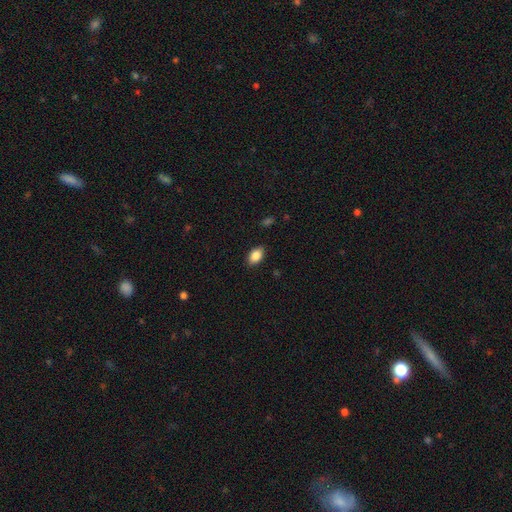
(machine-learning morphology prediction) Smooth or featured? smooth (86%)
How rounded? in between (89%)
Merging? none (86%)